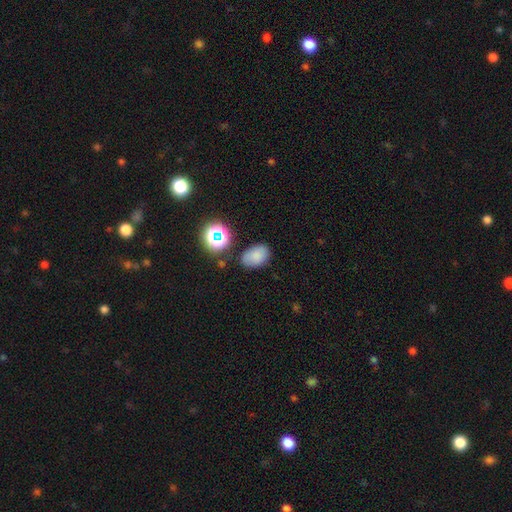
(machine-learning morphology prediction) Smooth or featured: smooth — 77% (star or artifact — 14%)
How rounded: in between — 84% (round — 15%)
Merging: none — 74% (minor disturbance — 17%)